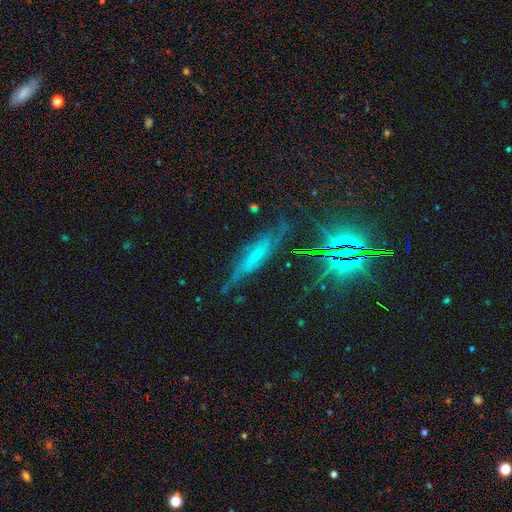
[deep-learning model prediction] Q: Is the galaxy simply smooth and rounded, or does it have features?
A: featured or disk — 57%.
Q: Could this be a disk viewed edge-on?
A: yes — 52%.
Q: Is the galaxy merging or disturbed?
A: none — 61%.